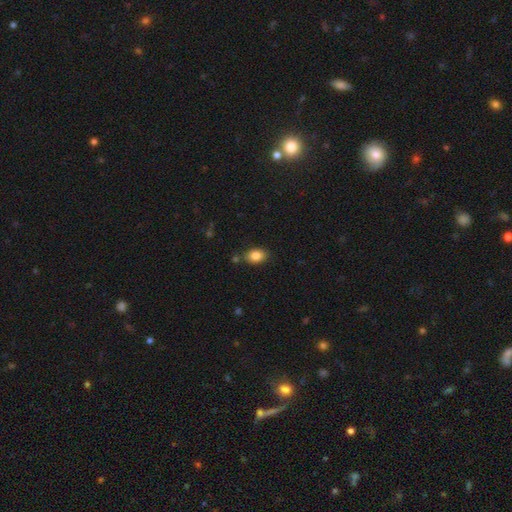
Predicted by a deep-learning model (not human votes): Smooth or featured: smooth — 84% (star or artifact — 9%)
How rounded: in between — 80% (round — 19%)
Merging: none — 78% (minor disturbance — 13%)